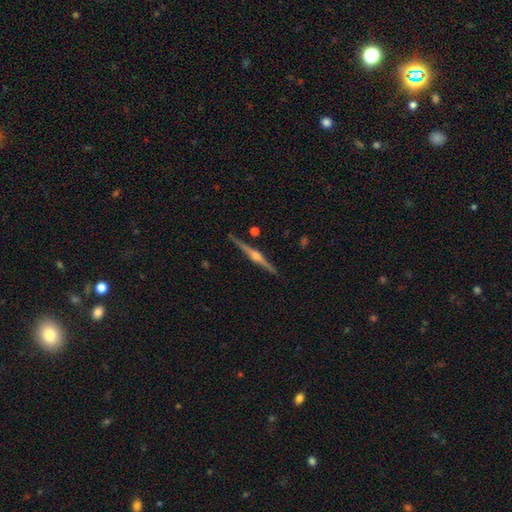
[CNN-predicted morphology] Smooth or featured? Predicted: featured or disk (p=0.88). Edge-on disk? Predicted: yes (p=0.99). Edge-on bulge? Predicted: rounded (p=0.90). Merging? Predicted: none (p=0.91).